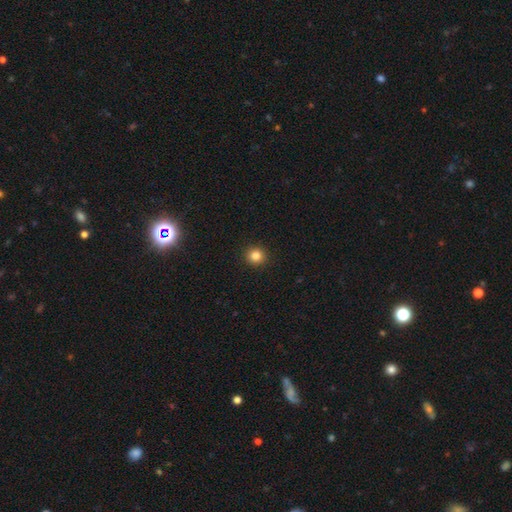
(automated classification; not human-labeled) Overall: smooth (84%). How rounded: round (92%). Merging: none (93%).